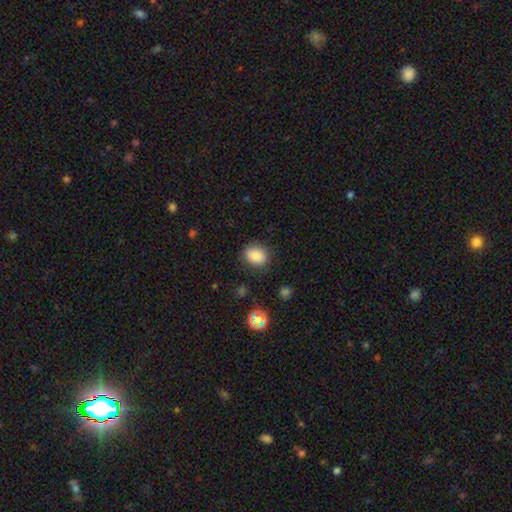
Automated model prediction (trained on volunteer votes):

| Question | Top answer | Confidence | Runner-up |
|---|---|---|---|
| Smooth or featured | smooth | 82% | star or artifact (11%) |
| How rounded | round | 51% | in between (48%) |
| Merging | none | 84% | minor disturbance (12%) |